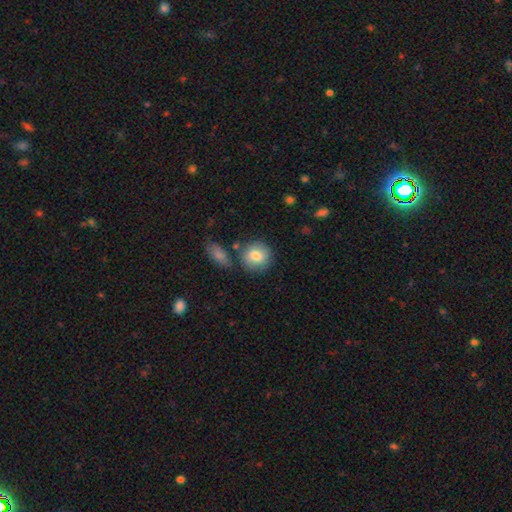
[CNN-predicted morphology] This appears to be a smooth galaxy with no disk features (81%) that is round (88%). Merging: none (75%).